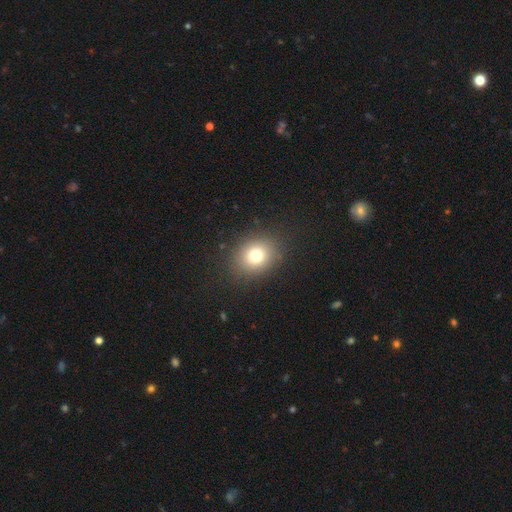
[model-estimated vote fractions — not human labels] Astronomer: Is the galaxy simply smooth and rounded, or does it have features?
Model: smooth — 76%.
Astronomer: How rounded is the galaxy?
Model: round — 61% (runner-up: in between, 38%).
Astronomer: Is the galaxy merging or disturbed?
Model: none — 87%.